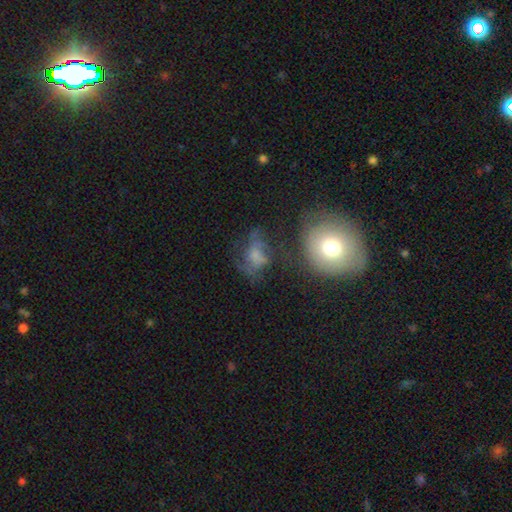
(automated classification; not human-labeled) Smooth or featured? featured or disk (43%)
Merging? none (38%)